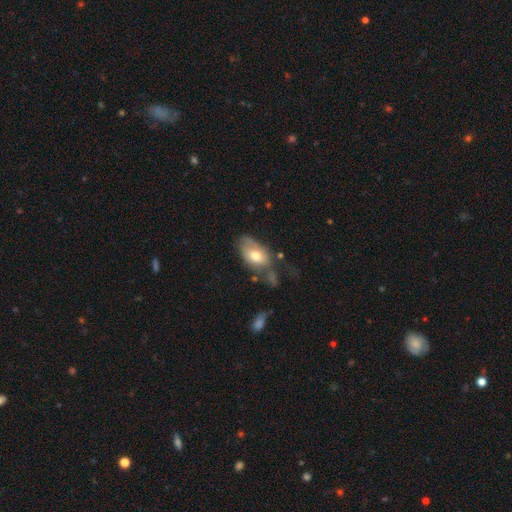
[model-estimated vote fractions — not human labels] This appears to be a smooth galaxy with no disk features (68%) that is in between round and cigar-shaped (91%). Merging: none (35%).